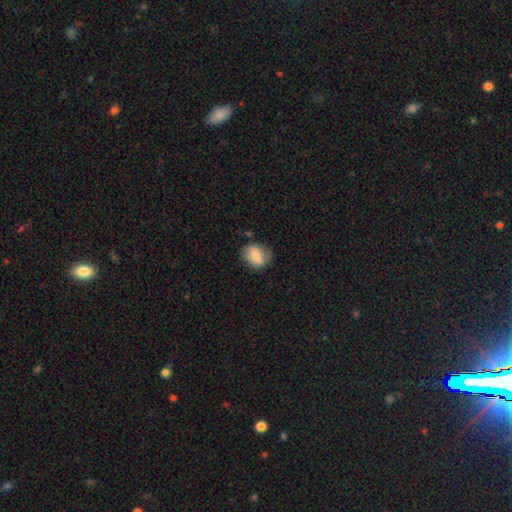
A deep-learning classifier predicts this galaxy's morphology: The model was most divided on "how rounded": in between: 51%, round: 47%, cigar-shaped: 1%. More confident: smooth or featured — smooth (73%); merging — none (70%).